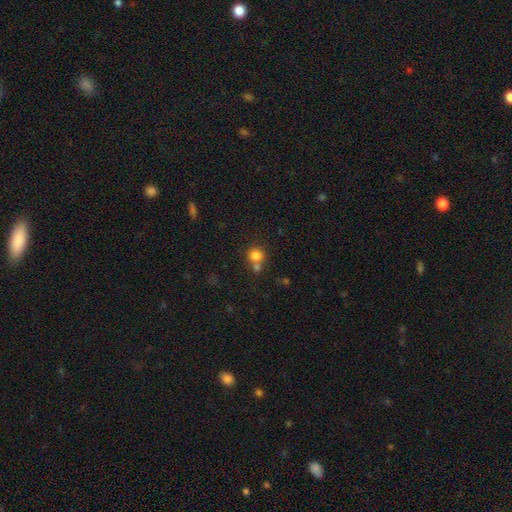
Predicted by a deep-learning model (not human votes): Smooth or featured?
  - smooth: 80% *
  - star or artifact: 12%
  - featured or disk: 8%
How rounded?
  - round: 89% *
  - in between: 10%
  - cigar-shaped: 1%
Merging?
  - none: 54% *
  - merger: 34%
  - minor disturbance: 8%
  - major disturbance: 3%